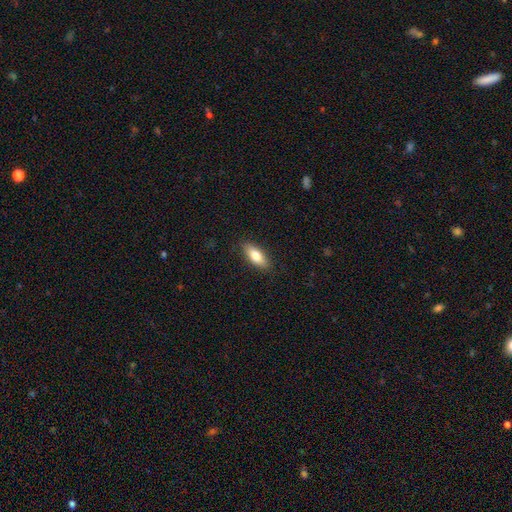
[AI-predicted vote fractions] Morphology: type=smooth (78%); roundness=in between (76%); merging=none (87%).